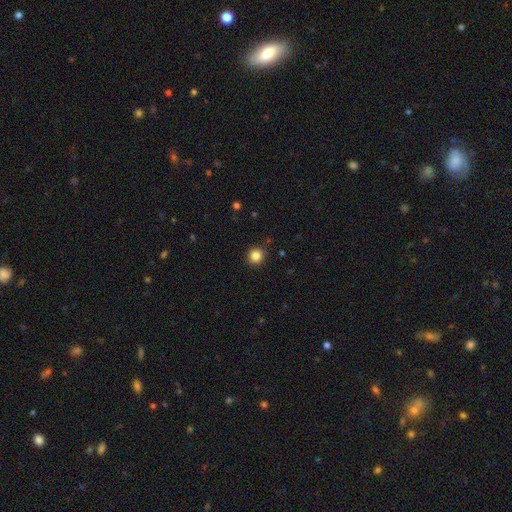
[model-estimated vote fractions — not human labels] smooth 84%, star or artifact 12%, featured or disk 4%. Down the decision tree: how rounded — round (92%); merging — none (91%).